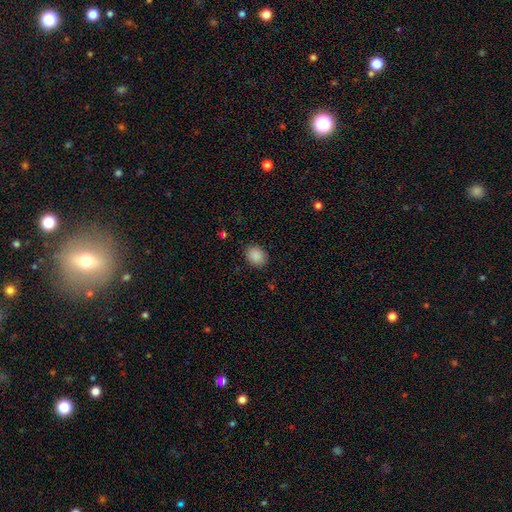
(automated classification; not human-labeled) smooth 89%, star or artifact 8%, featured or disk 3%. Down the decision tree: how rounded — round (56%); merging — none (87%).